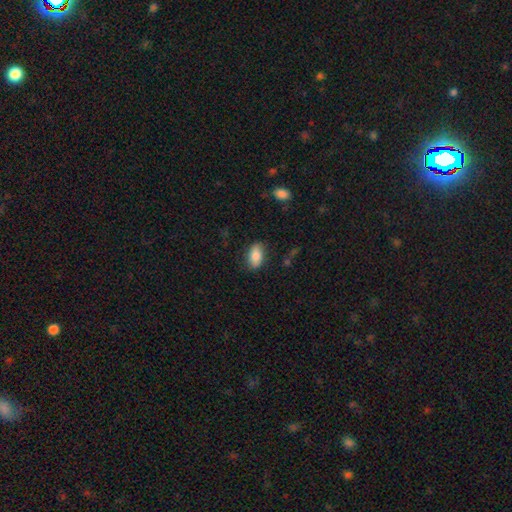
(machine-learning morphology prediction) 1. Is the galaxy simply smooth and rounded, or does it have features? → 83% smooth, 10% featured or disk, 7% star or artifact.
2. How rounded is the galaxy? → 90% in between, 5% cigar-shaped, 4% round.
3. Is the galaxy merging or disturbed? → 82% none, 14% minor disturbance, 3% major disturbance, 1% merger.